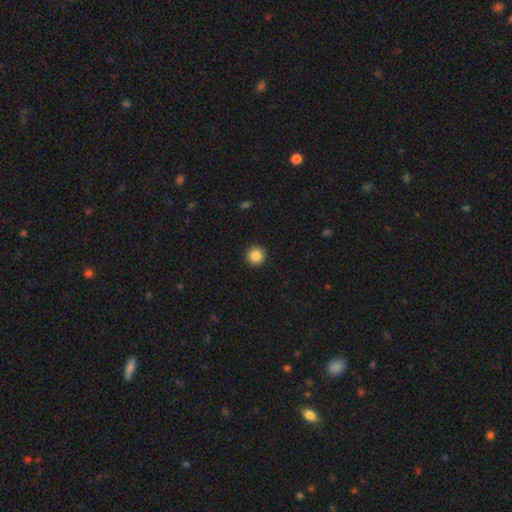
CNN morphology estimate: Overall: smooth (87%). How rounded: round (95%). Merging: none (92%).